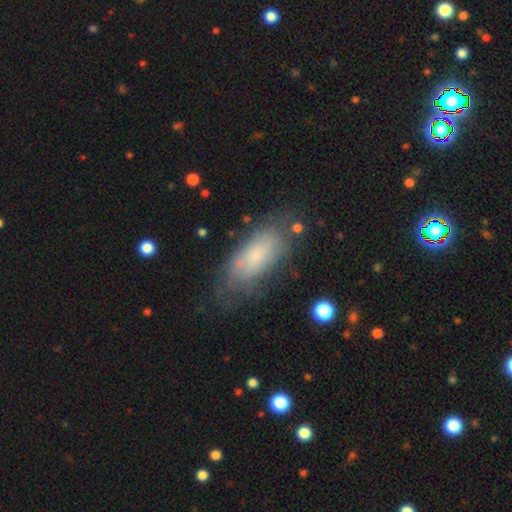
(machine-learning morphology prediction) smooth-or-featured: smooth: 67% | featured or disk: 26% | star or artifact: 8%
  how-rounded: in between: 82% | cigar-shaped: 15% | round: 2%
  merging: none: 64% | minor disturbance: 23% | major disturbance: 9% | merger: 3%